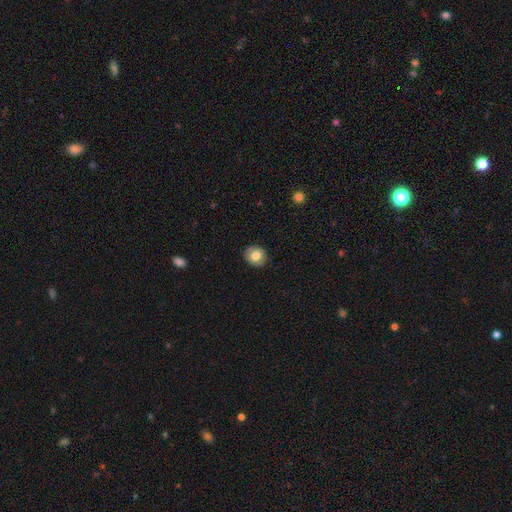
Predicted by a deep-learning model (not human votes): smooth 75%, featured or disk 16%, star or artifact 9%. Down the decision tree: how rounded — round (74%); merging — none (87%).